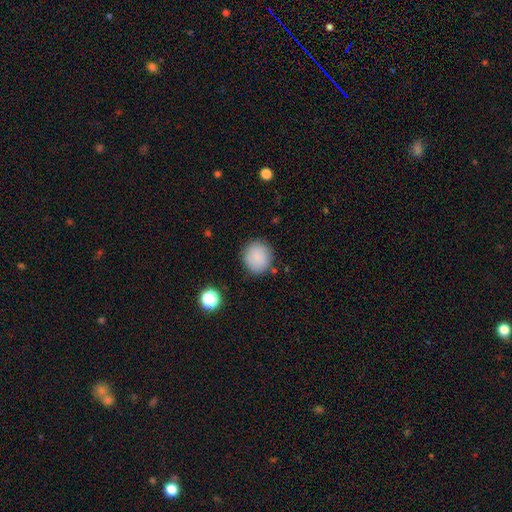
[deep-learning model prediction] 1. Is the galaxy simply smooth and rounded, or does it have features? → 86% smooth, 9% star or artifact, 6% featured or disk.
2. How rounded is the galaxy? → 80% round, 19% in between, 1% cigar-shaped.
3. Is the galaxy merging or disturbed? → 83% none, 11% minor disturbance, 3% major disturbance, 2% merger.